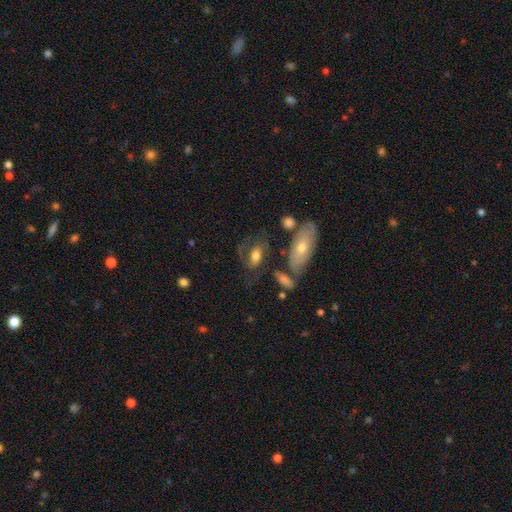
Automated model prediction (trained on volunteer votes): Smooth or featured?
  - featured or disk: 49% *
  - smooth: 42%
  - star or artifact: 8%
Merging?
  - none: 48% *
  - minor disturbance: 22%
  - major disturbance: 21%
  - merger: 9%